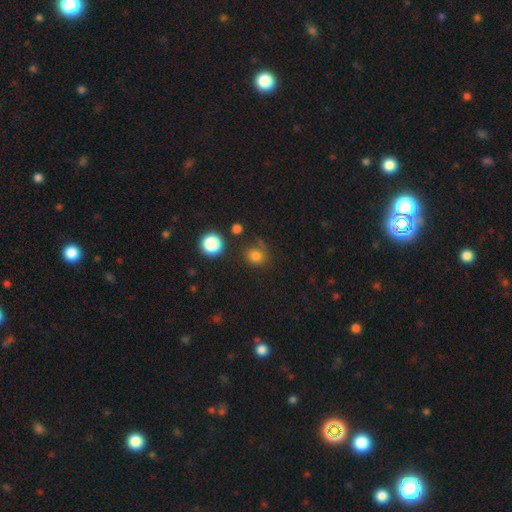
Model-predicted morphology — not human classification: Overall: smooth (78%). How rounded: round (80%). Merging: none (67%).